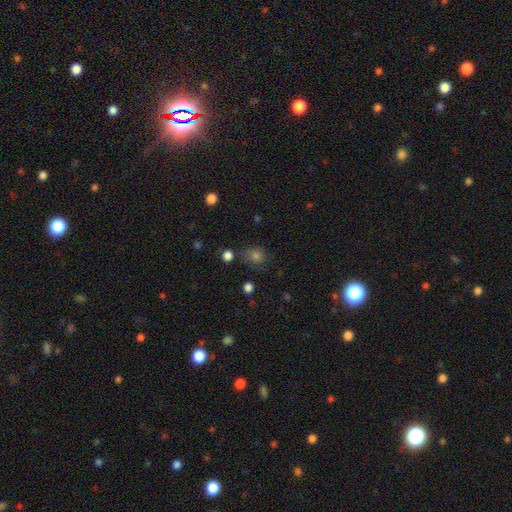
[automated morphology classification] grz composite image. It shows a smooth galaxy with no disk features (72%) that is round (71%). Merging: none (72%).